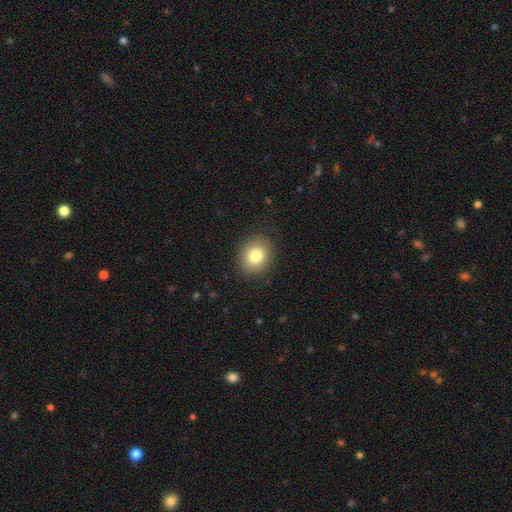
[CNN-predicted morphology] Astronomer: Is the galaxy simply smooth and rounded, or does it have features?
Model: smooth — 82%.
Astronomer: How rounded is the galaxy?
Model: round — 63%.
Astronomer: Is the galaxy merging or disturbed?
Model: none — 88%.